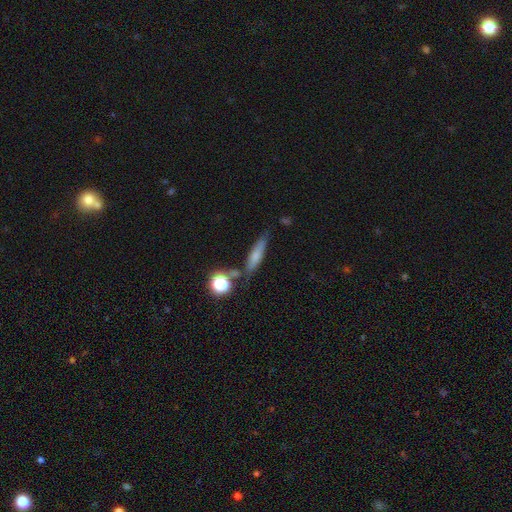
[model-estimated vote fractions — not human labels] A smooth galaxy with no disk features (65%) that is cigar-shaped (71%).

Vote fractions:
- Smooth or featured? smooth: 65% / featured or disk: 23% / star or artifact: 12%
- How rounded? cigar-shaped: 71% / in between: 23% / round: 5%
- Merging? none: 70% / minor disturbance: 16% / merger: 9% / major disturbance: 5%